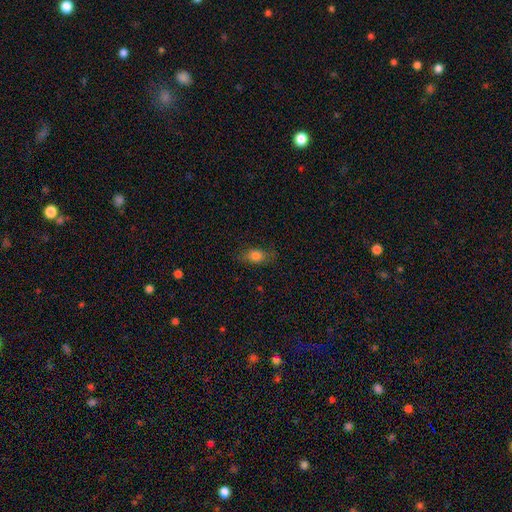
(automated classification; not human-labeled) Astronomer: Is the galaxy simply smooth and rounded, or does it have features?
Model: smooth — 78%.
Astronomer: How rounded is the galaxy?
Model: in between — 78%.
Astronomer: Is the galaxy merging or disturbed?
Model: none — 74%.